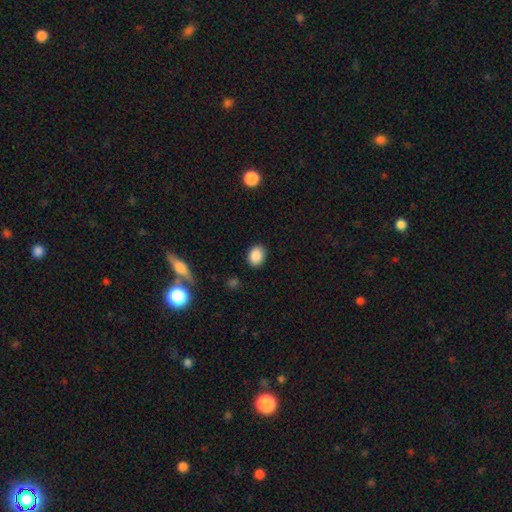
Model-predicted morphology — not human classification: type=smooth (88%); roundness=in between (55%); merging=none (88%).